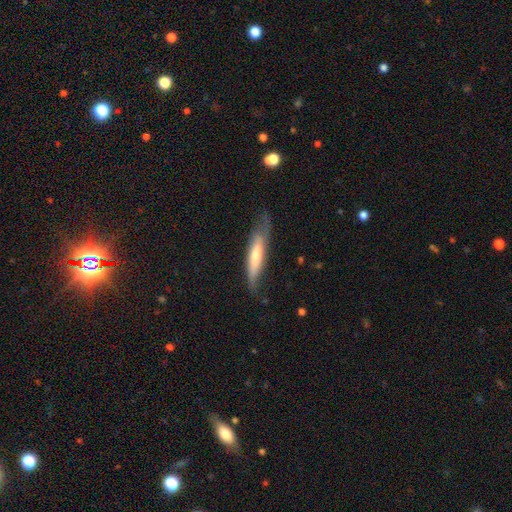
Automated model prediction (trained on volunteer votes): Smooth or featured?
  - smooth: 51% *
  - featured or disk: 43%
  - star or artifact: 6%
How rounded?
  - cigar-shaped: 82% *
  - in between: 16%
  - round: 1%
Merging?
  - none: 61% *
  - minor disturbance: 27%
  - major disturbance: 10%
  - merger: 2%